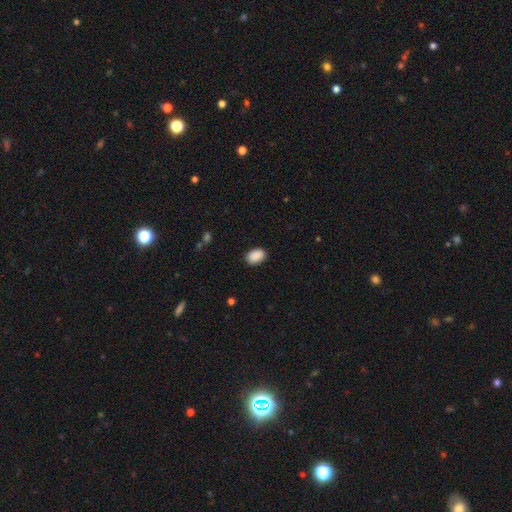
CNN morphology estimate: Overall: smooth (90%). How rounded: in between (87%). Merging: none (88%).